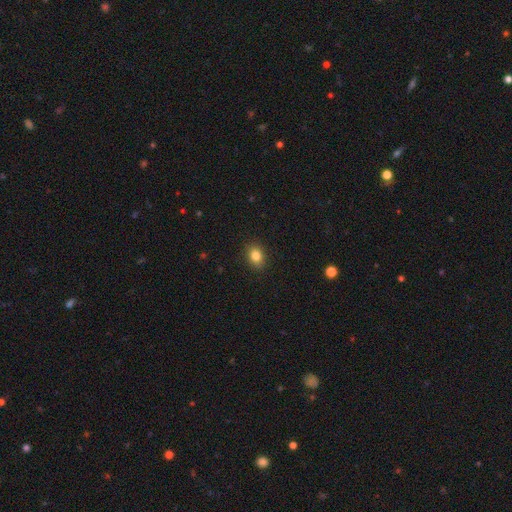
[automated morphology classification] A smooth galaxy with no disk features (84%) that is in between round and cigar-shaped (64%).

Vote fractions:
- Smooth or featured? smooth: 84% / star or artifact: 10% / featured or disk: 6%
- How rounded? in between: 64% / round: 35% / cigar-shaped: 1%
- Merging? none: 89% / minor disturbance: 8% / major disturbance: 2% / merger: 1%